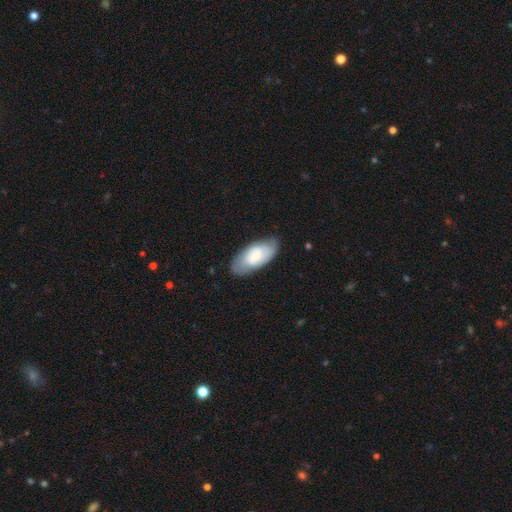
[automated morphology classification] smooth 51%, featured or disk 43%, star or artifact 6%. Down the decision tree: how rounded — in between (90%); merging — none (75%).